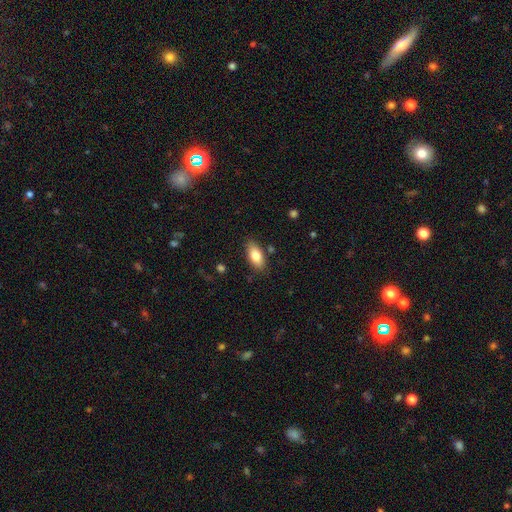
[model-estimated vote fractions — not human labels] smooth 80%, featured or disk 13%, star or artifact 7%. Down the decision tree: how rounded — in between (87%); merging — none (83%).